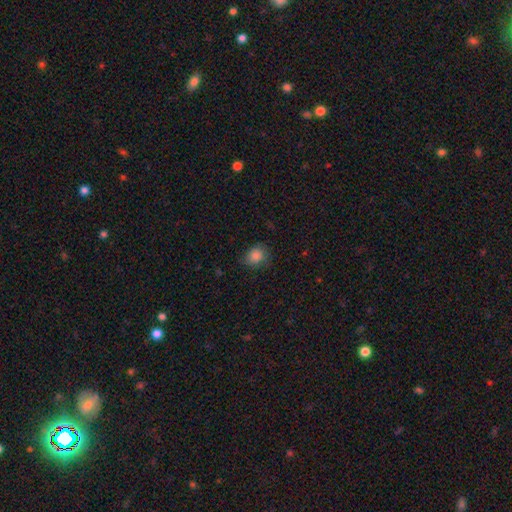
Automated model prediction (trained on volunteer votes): Q: Smooth or featured?
A: smooth (85%); runner-up: star or artifact (10%)
Q: How rounded?
A: round (63%); runner-up: in between (36%)
Q: Merging?
A: none (70%); runner-up: minor disturbance (23%)